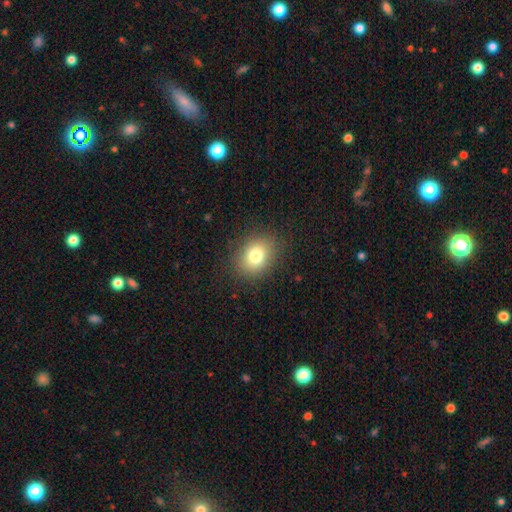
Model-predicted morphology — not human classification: Overall: smooth (79%). How rounded: in between (53%; round 46%). Merging: none (86%).